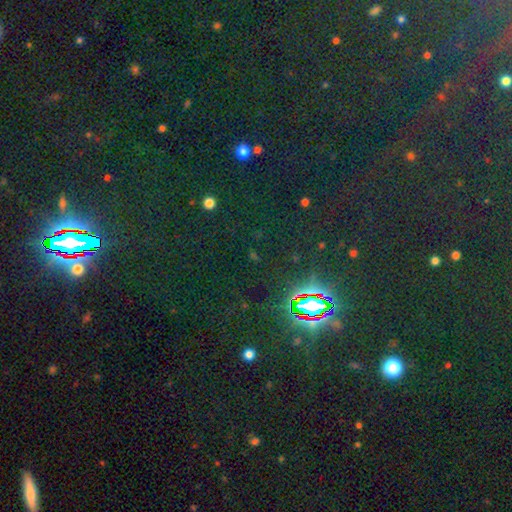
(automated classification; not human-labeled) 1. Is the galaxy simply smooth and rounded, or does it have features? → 82% star or artifact, 10% smooth, 8% featured or disk.